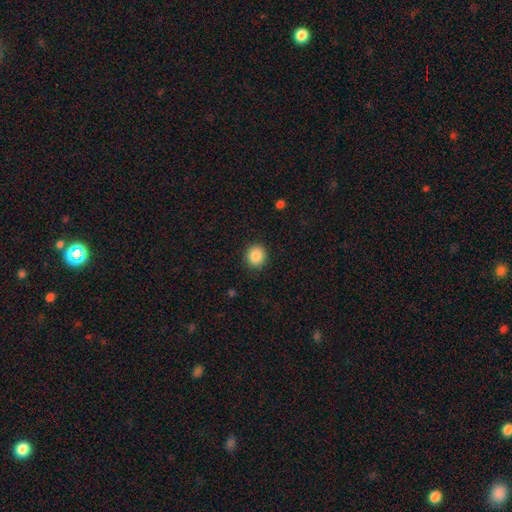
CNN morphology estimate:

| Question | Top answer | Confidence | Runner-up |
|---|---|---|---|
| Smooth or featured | smooth | 87% | star or artifact (9%) |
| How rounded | round | 85% | in between (14%) |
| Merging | none | 90% | minor disturbance (6%) |